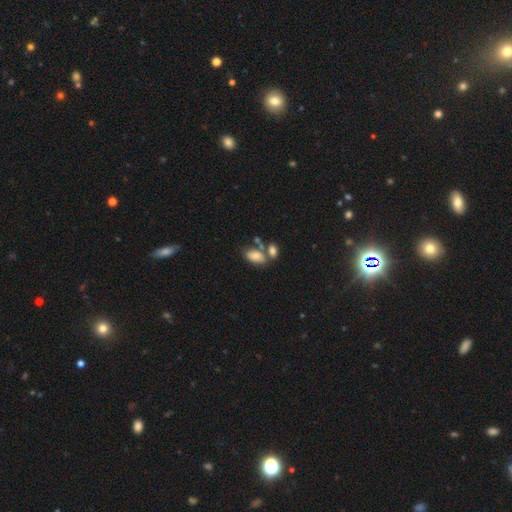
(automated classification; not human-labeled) Smooth or featured: smooth — 76% (featured or disk — 16%)
How rounded: in between — 92% (round — 6%)
Merging: none — 43% (merger — 38%)